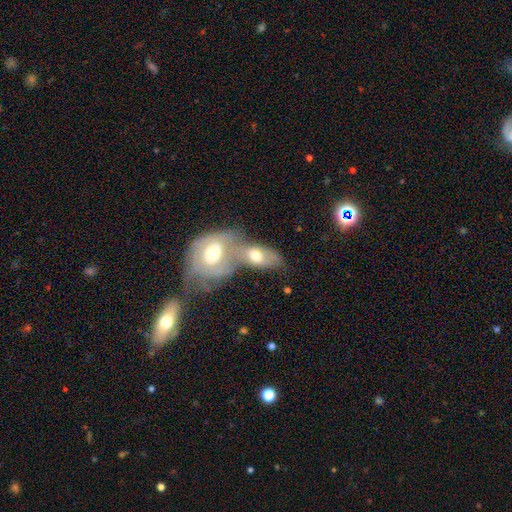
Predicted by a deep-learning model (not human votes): The model was most divided on "smooth or featured": smooth: 51%, featured or disk: 42%, star or artifact: 7%. More confident: how rounded — in between (81%); merging — merger (68%).